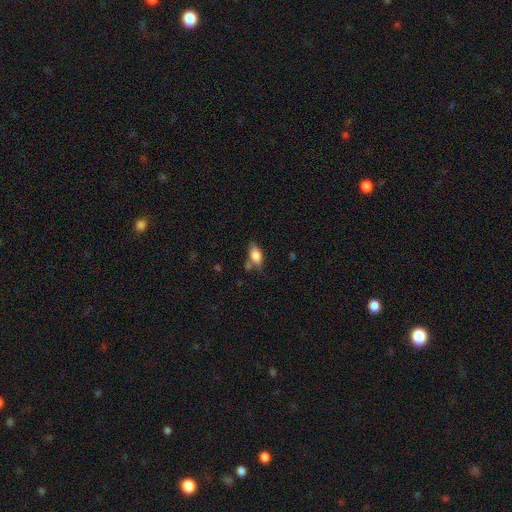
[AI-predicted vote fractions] The model was most divided on "merging": none: 57%, minor disturbance: 24%, merger: 12%, major disturbance: 7%. More confident: how rounded — in between (88%); smooth or featured — smooth (81%).